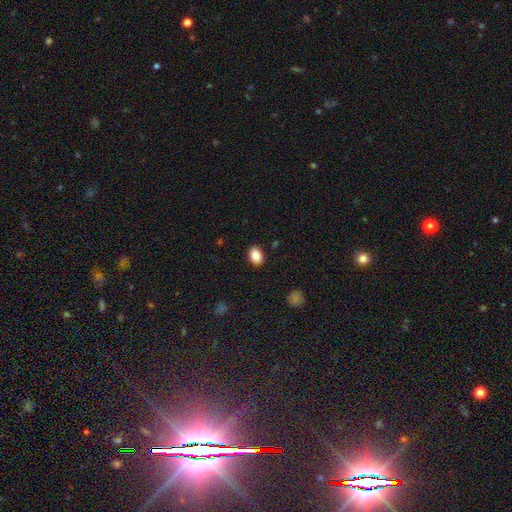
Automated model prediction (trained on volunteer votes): Q: Smooth or featured?
A: smooth (86%); runner-up: star or artifact (9%)
Q: How rounded?
A: in between (73%); runner-up: round (26%)
Q: Merging?
A: none (89%); runner-up: minor disturbance (8%)